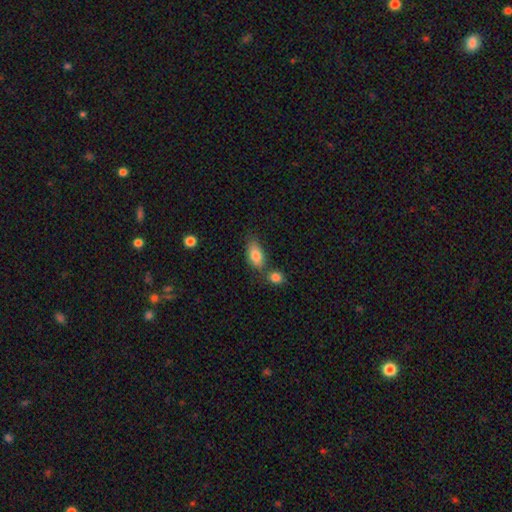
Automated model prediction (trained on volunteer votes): A smooth galaxy with no disk features (83%) that is in between round and cigar-shaped (89%). Merging: none (56%).